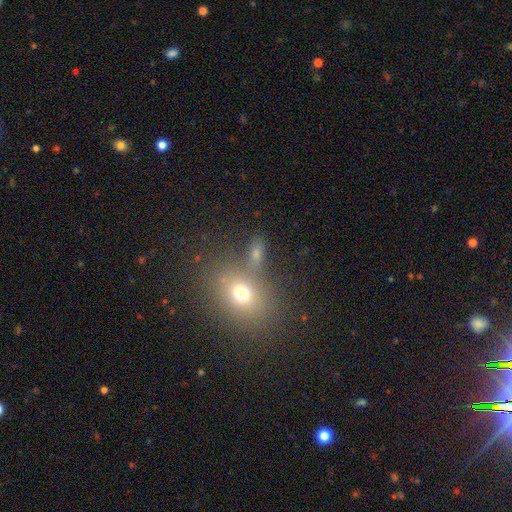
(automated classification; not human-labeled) This is likely a smooth galaxy (63%). How rounded: possibly in between (59%). Merging: likely none (63%).